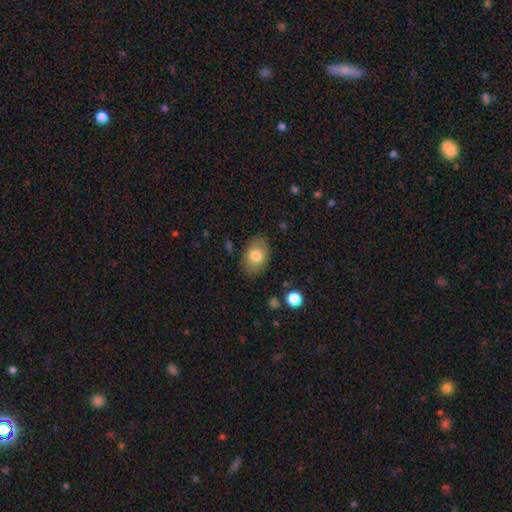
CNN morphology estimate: type=smooth (76%); roundness=in between (82%); merging=none (83%).